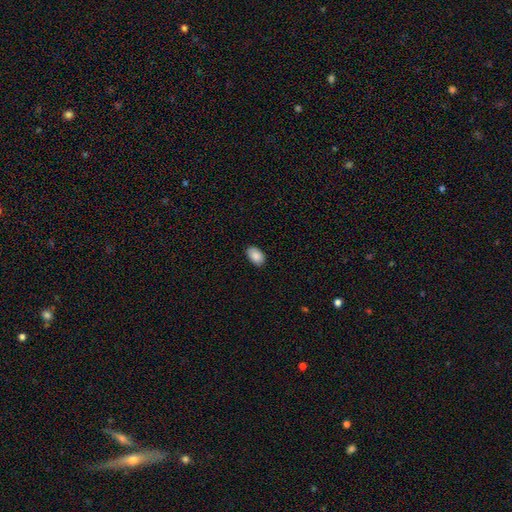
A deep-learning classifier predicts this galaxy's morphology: A smooth galaxy with no disk features (89%) that is in between round and cigar-shaped (92%).

Vote fractions:
- Smooth or featured? smooth: 89% / star or artifact: 7% / featured or disk: 4%
- How rounded? in between: 92% / round: 7% / cigar-shaped: 1%
- Merging? none: 86% / minor disturbance: 11% / major disturbance: 2% / merger: 1%